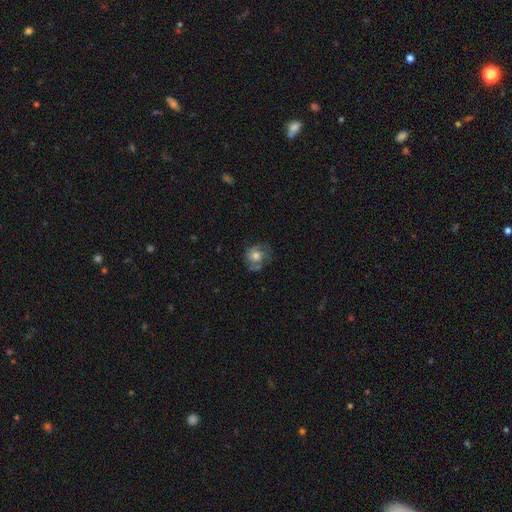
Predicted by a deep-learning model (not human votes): Smooth or featured?
  - smooth: 46% *
  - featured or disk: 44%
  - star or artifact: 10%
Merging?
  - none: 61% *
  - minor disturbance: 23%
  - major disturbance: 13%
  - merger: 4%